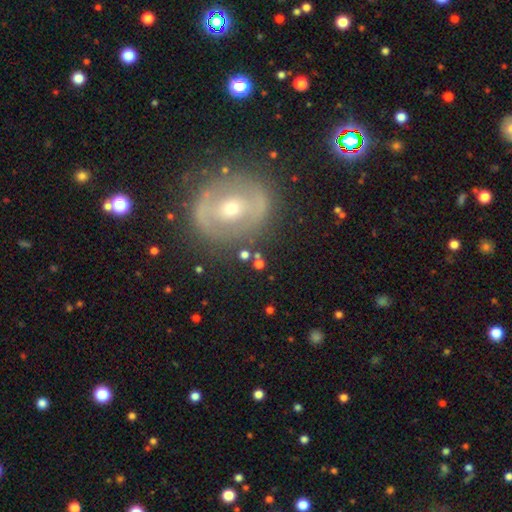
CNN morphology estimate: Q: Smooth or featured?
A: featured or disk (71%); runner-up: smooth (21%)
Q: Edge-on disk?
A: no (95%); runner-up: yes (5%)
Q: Bar?
A: no (42%); runner-up: weak (34%)
Q: Spiral arms?
A: yes (54%); runner-up: no (46%)
Q: Bulge size?
A: small (50%); runner-up: moderate (46%)
Q: Merging?
A: none (78%); runner-up: minor disturbance (14%)